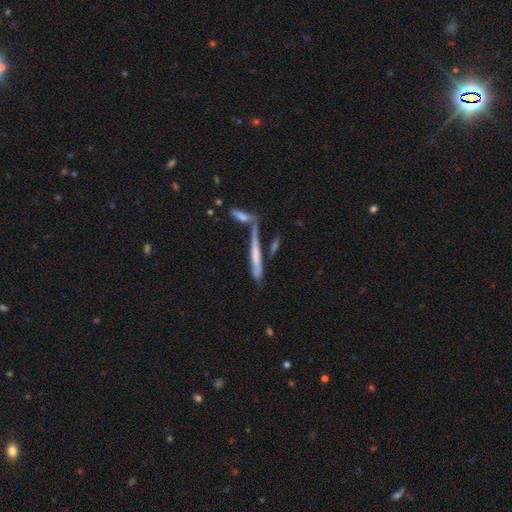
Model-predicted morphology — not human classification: Smooth or featured: smooth — 46% (featured or disk — 45%)
Merging: none — 50% (merger — 27%)